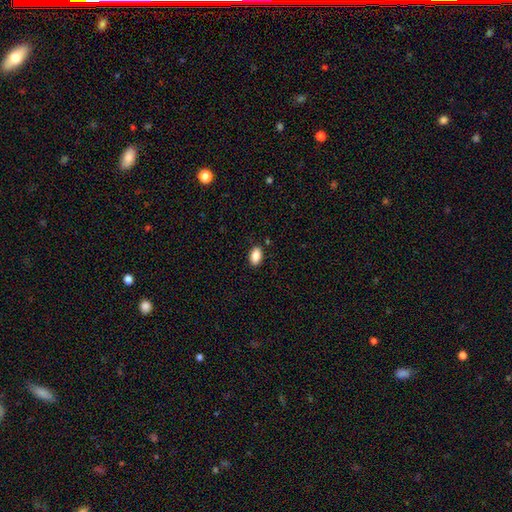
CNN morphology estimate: This appears to be a smooth galaxy with no disk features (88%) that is in between round and cigar-shaped (92%). Merging: none (88%).